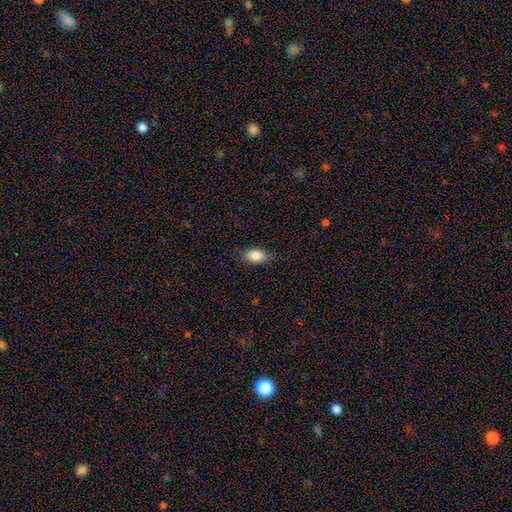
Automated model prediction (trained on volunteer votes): This appears to be a smooth galaxy with no disk features (86%) that is in between round and cigar-shaped (86%). Merging: none (81%).